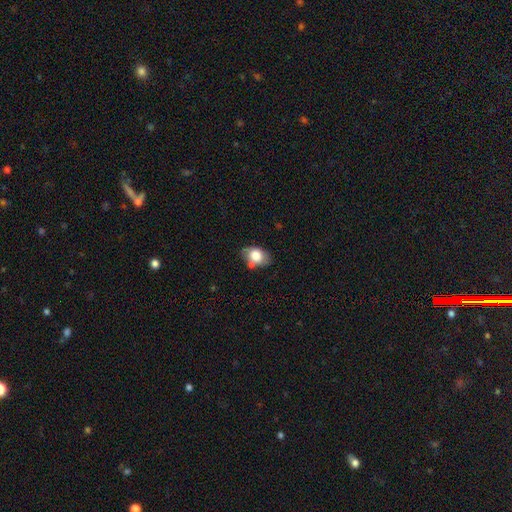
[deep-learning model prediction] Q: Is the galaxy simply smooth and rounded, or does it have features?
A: smooth — 77%.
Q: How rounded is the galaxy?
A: in between — 84%.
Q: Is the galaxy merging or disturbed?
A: none — 62%.